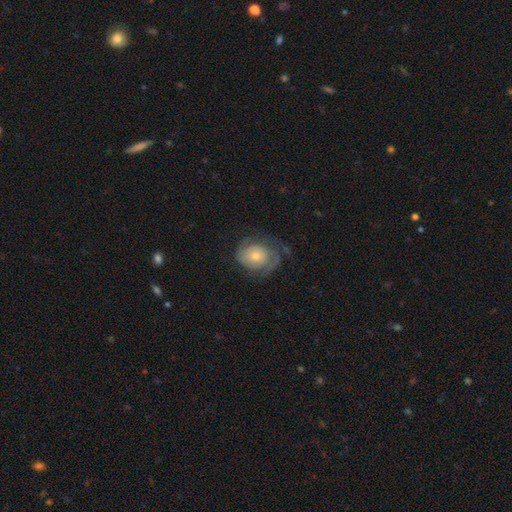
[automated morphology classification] Overall: featured or disk (61%; smooth 33%). Edge-on disk: no (97%). Bar: no (82%). Spiral arms: yes (79%). Bulge size: small (48%; moderate 42%). Merging: none (52%; minor disturbance 24%).